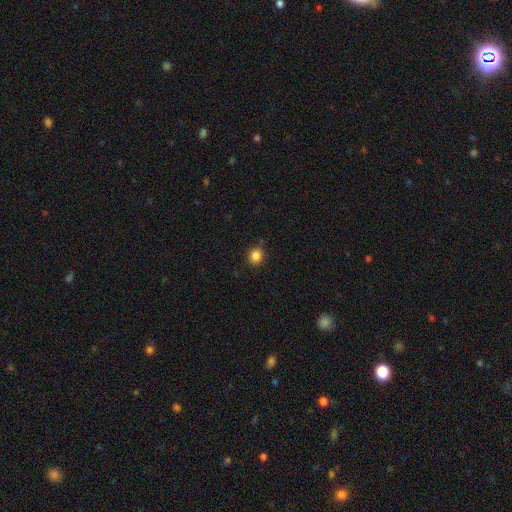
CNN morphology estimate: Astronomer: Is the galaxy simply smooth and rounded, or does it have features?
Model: smooth — 85%.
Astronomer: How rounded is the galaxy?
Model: round — 78%.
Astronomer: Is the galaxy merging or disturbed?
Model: none — 86%.